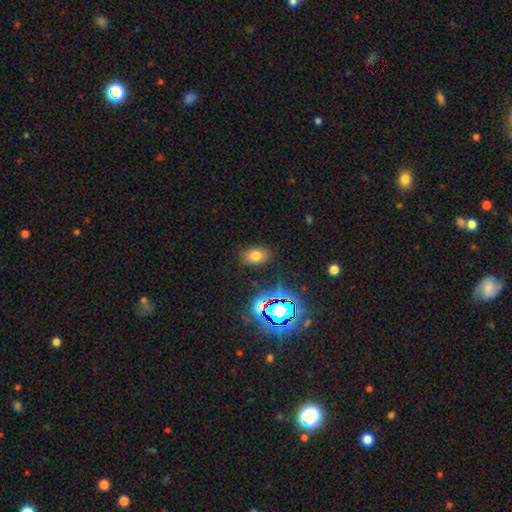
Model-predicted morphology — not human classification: Smooth or featured?
  - smooth: 69% *
  - star or artifact: 21%
  - featured or disk: 10%
How rounded?
  - in between: 83% *
  - round: 16%
  - cigar-shaped: 1%
Merging?
  - none: 85% *
  - minor disturbance: 10%
  - major disturbance: 3%
  - merger: 2%